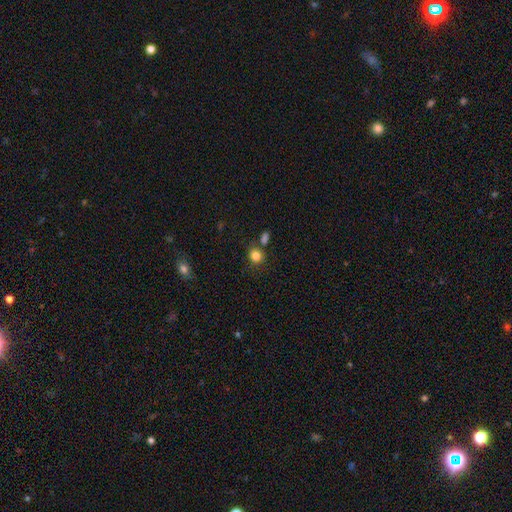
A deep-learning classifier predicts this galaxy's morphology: Overall: smooth (83%). How rounded: round (77%). Merging: none (71%).